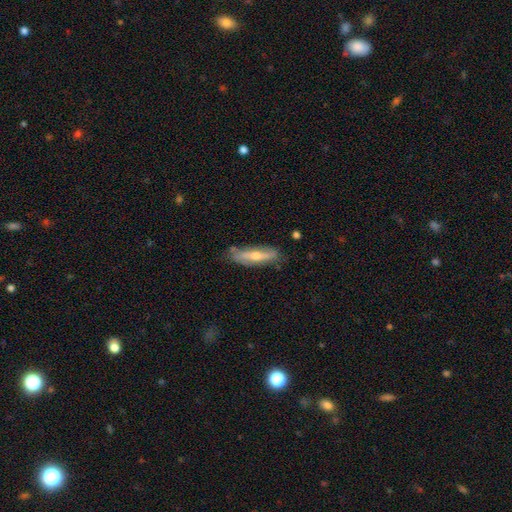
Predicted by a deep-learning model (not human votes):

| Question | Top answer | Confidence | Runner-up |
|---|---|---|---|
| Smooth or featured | featured or disk | 57% | smooth (37%) |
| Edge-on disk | yes | 62% | no (38%) |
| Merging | none | 74% | minor disturbance (19%) |